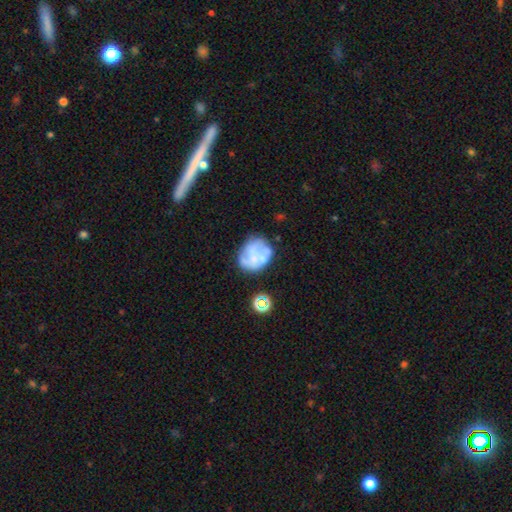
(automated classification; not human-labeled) Morphology: type=featured or disk (48%); merging=none (54%).